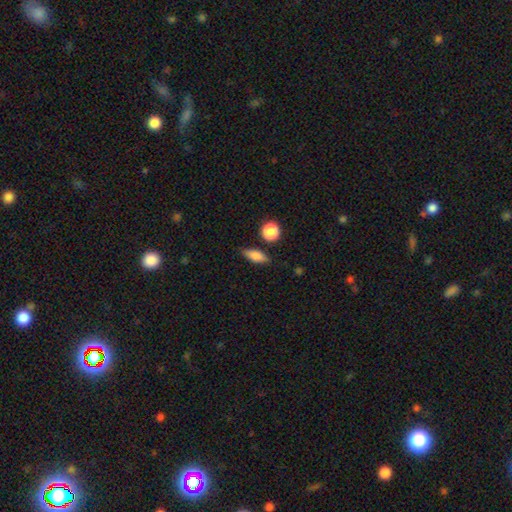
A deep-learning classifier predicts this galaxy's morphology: Smooth or featured? smooth (78%)
How rounded? in between (68%)
Merging? none (80%)